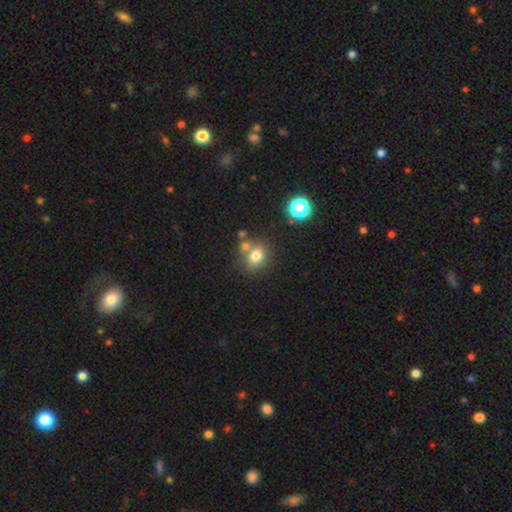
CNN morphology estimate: smooth-or-featured: smooth: 77% | star or artifact: 14% | featured or disk: 9%
  how-rounded: round: 73% | in between: 26% | cigar-shaped: 1%
  merging: none: 64% | merger: 22% | minor disturbance: 11% | major disturbance: 4%